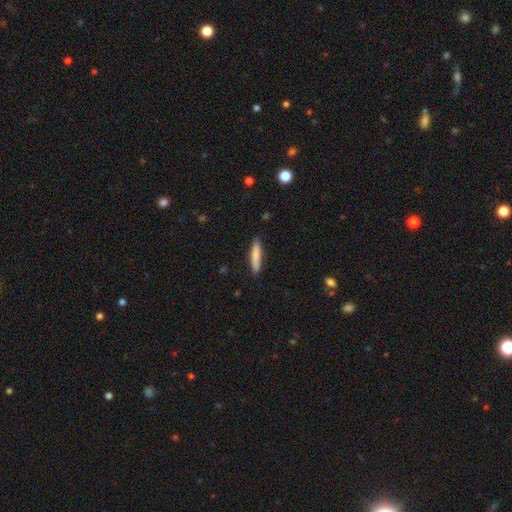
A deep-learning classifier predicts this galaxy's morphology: This appears to be a smooth galaxy with no disk features (81%) that is cigar-shaped (87%). Merging: none (87%).